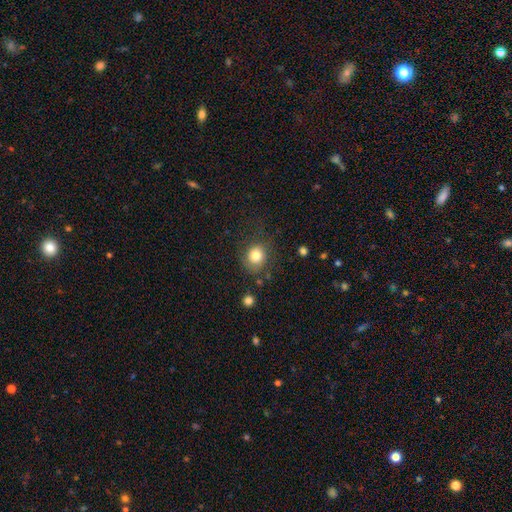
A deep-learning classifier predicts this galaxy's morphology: Smooth or featured?
  - smooth: 81% *
  - star or artifact: 10%
  - featured or disk: 8%
How rounded?
  - round: 79% *
  - in between: 20%
  - cigar-shaped: 1%
Merging?
  - none: 71% *
  - minor disturbance: 17%
  - major disturbance: 9%
  - merger: 3%